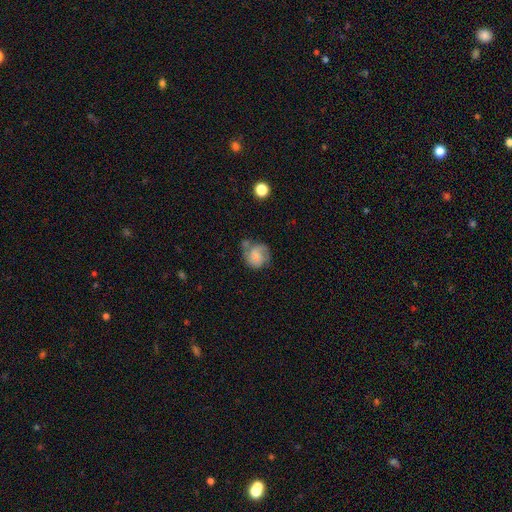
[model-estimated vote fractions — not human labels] Overall: smooth (47%; featured or disk 44%). Merging: none (45%; minor disturbance 28%).